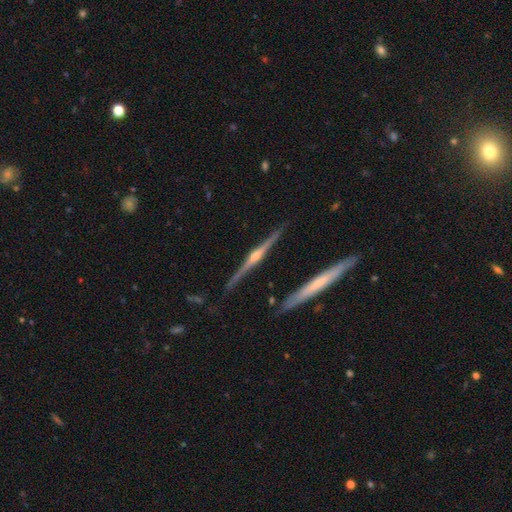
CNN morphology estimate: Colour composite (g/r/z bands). It shows a featured or disk galaxy (86%) viewed edge-on (98%) with a rounded central bulge (89%). Merging: none (88%).